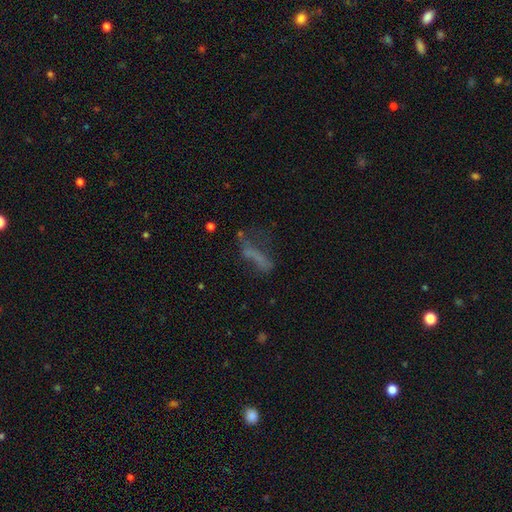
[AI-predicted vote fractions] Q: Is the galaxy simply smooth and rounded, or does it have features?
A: smooth — 46%.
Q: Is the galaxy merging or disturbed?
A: none — 37%.